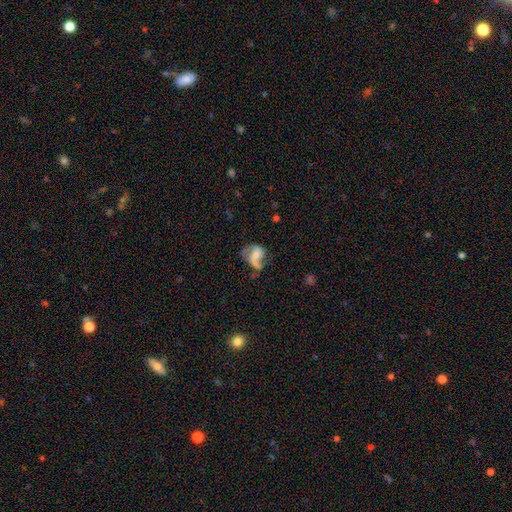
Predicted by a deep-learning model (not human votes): Smooth or featured? Predicted: featured or disk (p=0.65). Edge-on disk? Predicted: no (p=0.98). Bar? Predicted: no (p=0.46). Spiral arms? Predicted: yes (p=0.85). Spiral winding? Predicted: loose (p=0.51). Spiral arm count? Predicted: 2 (p=0.73). Bulge size? Predicted: none (p=0.37). Merging? Predicted: none (p=0.40).